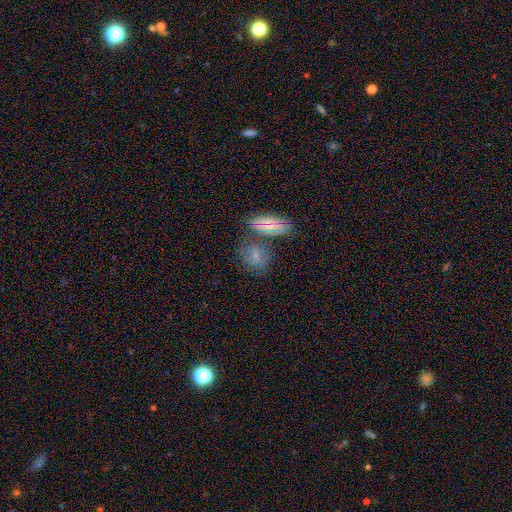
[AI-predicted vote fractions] smooth_or_featured: smooth (p=0.65) [alt: star or artifact p=0.19]
how_rounded: in between (p=0.60) [alt: round p=0.36]
merging: none (p=0.64) [alt: minor disturbance p=0.15]